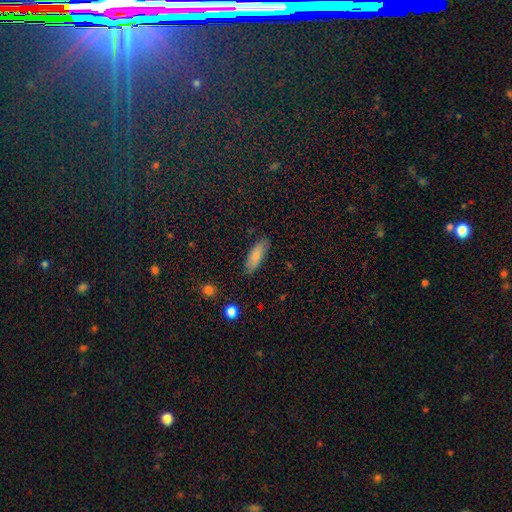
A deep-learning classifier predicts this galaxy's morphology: Smooth or featured?
  - smooth: 81% *
  - featured or disk: 12%
  - star or artifact: 7%
How rounded?
  - in between: 57% *
  - cigar-shaped: 41%
  - round: 2%
Merging?
  - none: 85% *
  - minor disturbance: 12%
  - major disturbance: 2%
  - merger: 1%